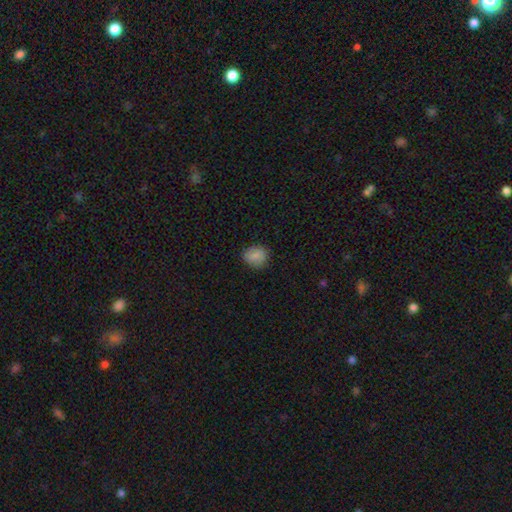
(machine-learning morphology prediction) This is clearly a smooth galaxy (85%). How rounded: likely round (77%). Merging: clearly none (83%).